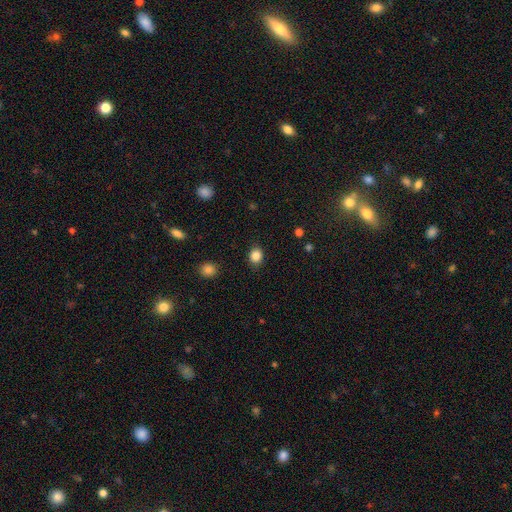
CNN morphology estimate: Q: Smooth or featured?
A: smooth (86%); runner-up: star or artifact (10%)
Q: How rounded?
A: round (70%); runner-up: in between (29%)
Q: Merging?
A: none (88%); runner-up: minor disturbance (8%)